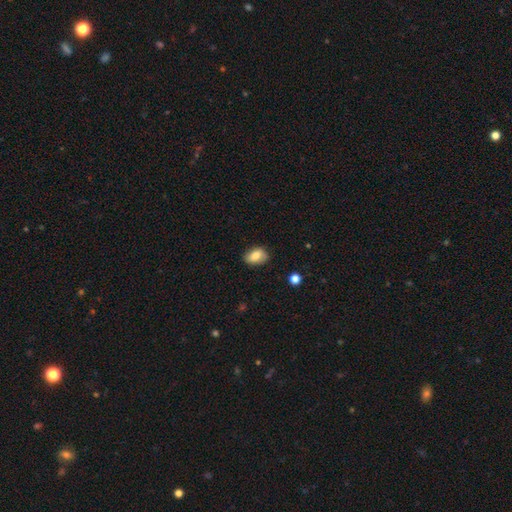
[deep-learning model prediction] smooth-or-featured: smooth: 80% | featured or disk: 12% | star or artifact: 8%
  how-rounded: in between: 84% | round: 15% | cigar-shaped: 1%
  merging: none: 77% | minor disturbance: 18% | major disturbance: 3% | merger: 1%